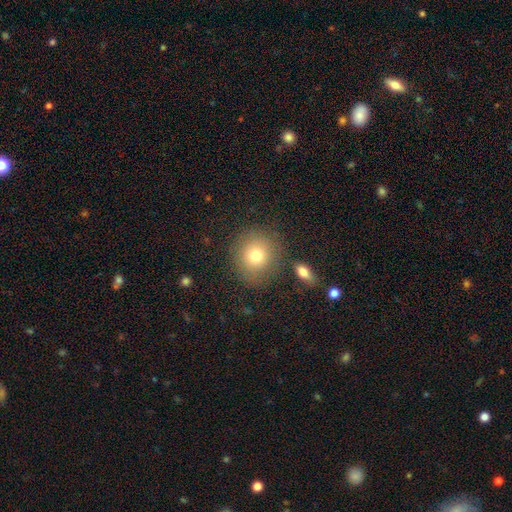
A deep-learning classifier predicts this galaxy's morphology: This is likely a smooth galaxy (77%). How rounded: clearly round (88%). Merging: clearly none (81%).